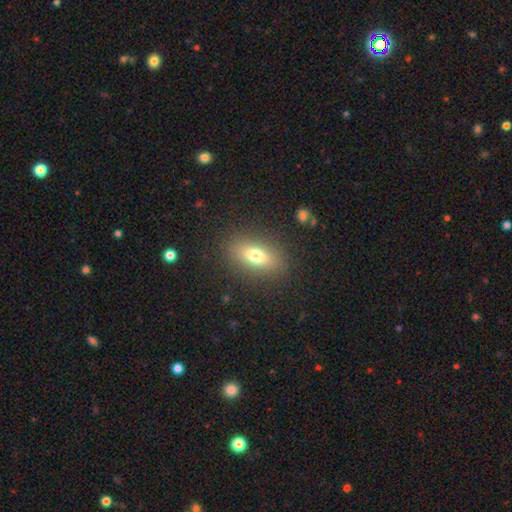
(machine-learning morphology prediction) smooth_or_featured: smooth (p=0.72) [alt: featured or disk p=0.17]
how_rounded: in between (p=0.78) [alt: cigar-shaped p=0.11]
merging: none (p=0.86) [alt: minor disturbance p=0.09]